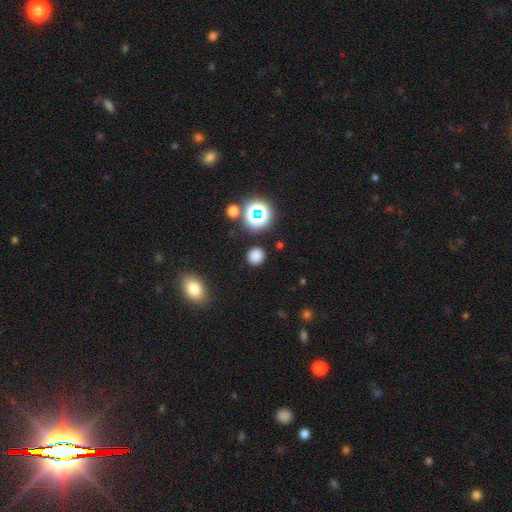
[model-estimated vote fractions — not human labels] This appears to be a smooth galaxy with no disk features (76%) that is round (88%). Merging: none (88%).